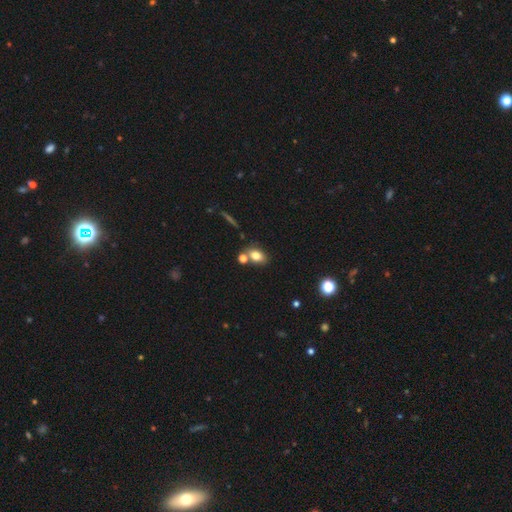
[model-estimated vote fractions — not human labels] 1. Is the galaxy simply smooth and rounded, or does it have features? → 78% smooth, 11% featured or disk, 11% star or artifact.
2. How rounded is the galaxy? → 74% in between, 24% round, 2% cigar-shaped.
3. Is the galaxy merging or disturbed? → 61% none, 24% merger, 12% minor disturbance, 4% major disturbance.